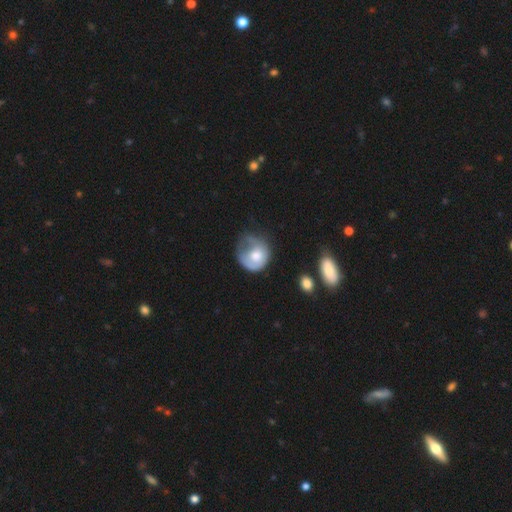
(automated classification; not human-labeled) Morphology: type=smooth (56%); roundness=round (73%); merging=major disturbance (34%).